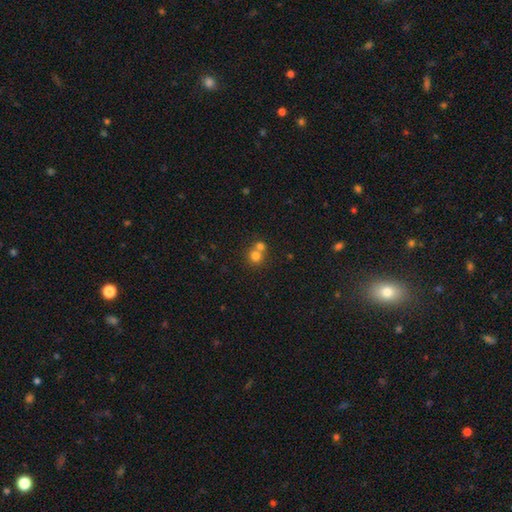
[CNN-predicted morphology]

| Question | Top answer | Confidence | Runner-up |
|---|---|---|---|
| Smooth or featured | smooth | 75% | star or artifact (13%) |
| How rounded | round | 86% | in between (13%) |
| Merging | merger | 52% | none (41%) |